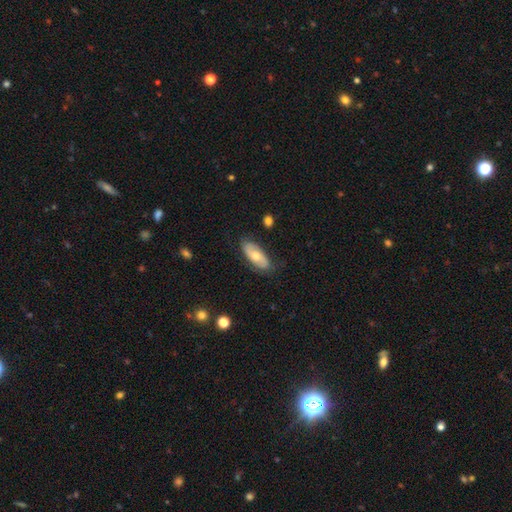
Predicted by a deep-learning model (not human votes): smooth-or-featured: smooth: 49% | featured or disk: 45% | star or artifact: 6%
  merging: none: 79% | minor disturbance: 16% | major disturbance: 3% | merger: 1%